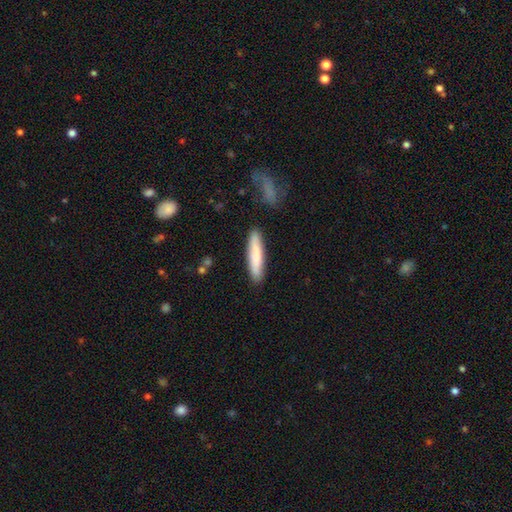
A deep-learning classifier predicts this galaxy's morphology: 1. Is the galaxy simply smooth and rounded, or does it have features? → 78% smooth, 16% featured or disk, 6% star or artifact.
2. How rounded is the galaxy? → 85% cigar-shaped, 14% in between, 1% round.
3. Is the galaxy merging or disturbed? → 87% none, 9% minor disturbance, 2% merger, 2% major disturbance.